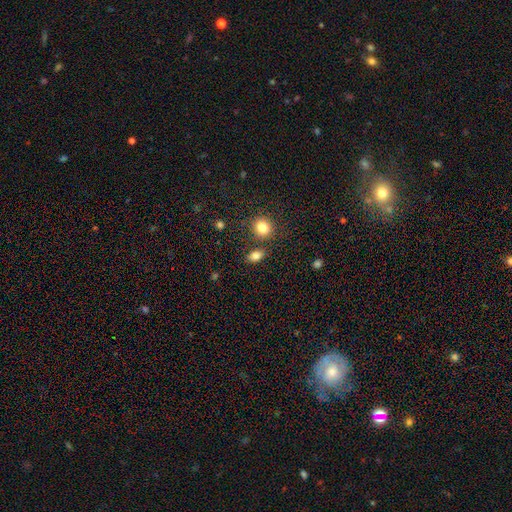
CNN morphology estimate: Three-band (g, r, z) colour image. It shows a smooth galaxy with no disk features (84%) that is in between round and cigar-shaped (78%). Merging: none (78%).